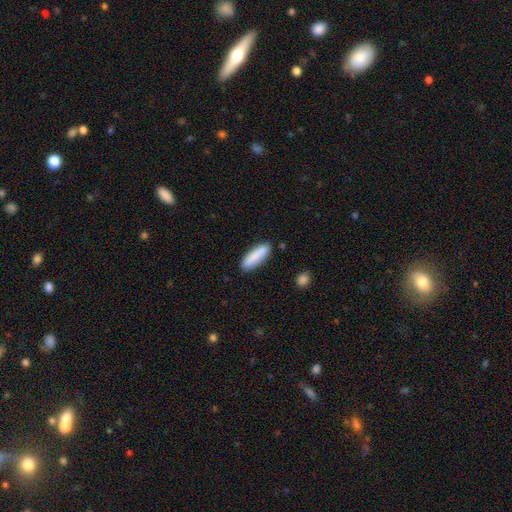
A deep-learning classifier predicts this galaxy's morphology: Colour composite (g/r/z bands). It shows a smooth galaxy with no disk features (87%) that is cigar-shaped (56%). Merging: none (87%).